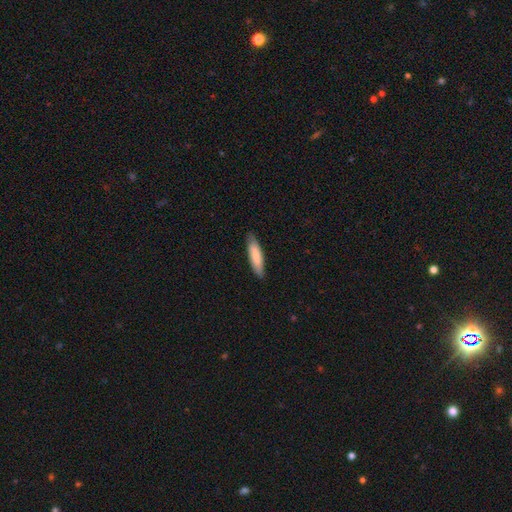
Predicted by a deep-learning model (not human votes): smooth 78%, featured or disk 17%, star or artifact 5%. Down the decision tree: how rounded — cigar-shaped (70%); merging — none (85%).